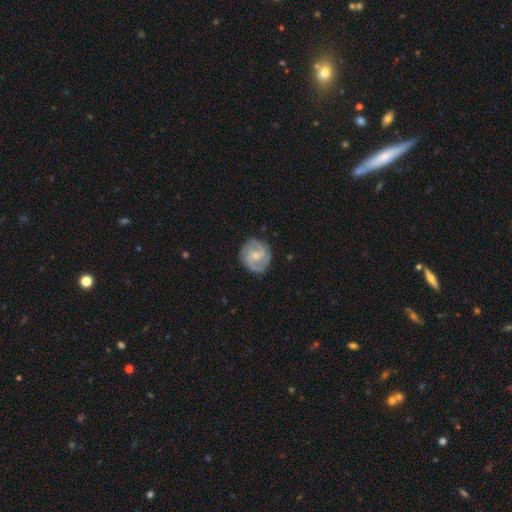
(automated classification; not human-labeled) featured or disk 82%, smooth 13%, star or artifact 5%. Down the decision tree: edge-on disk — no (98%); bar — no (56%); spiral arms — yes (97%); spiral arm count — 2 (50%); spiral winding — tight (51%); bulge size — small (58%); merging — none (83%).